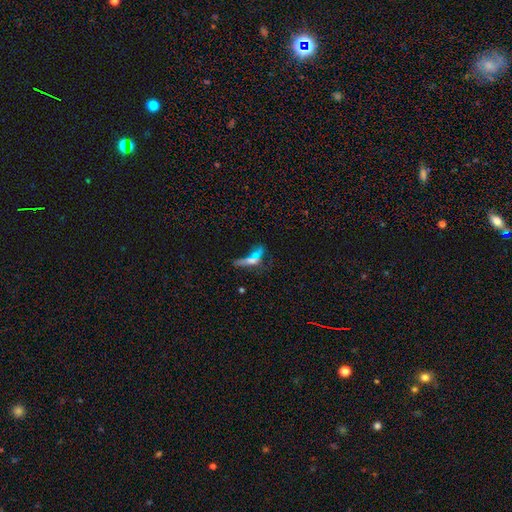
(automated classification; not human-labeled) Morphology: type=smooth (52%); roundness=cigar-shaped (60%); merging=merger (37%).